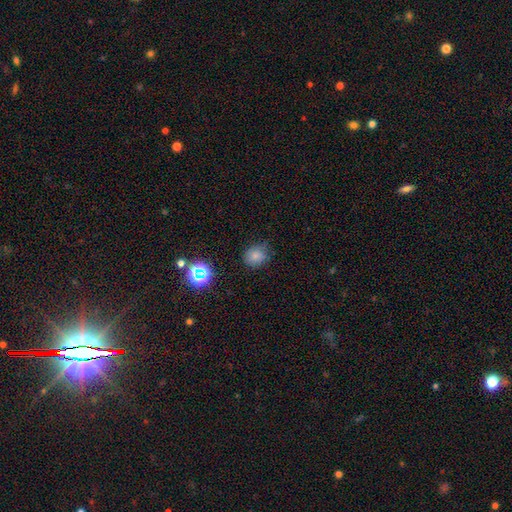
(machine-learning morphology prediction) smooth 76%, star or artifact 16%, featured or disk 8%. Down the decision tree: how rounded — round (70%); merging — none (66%).